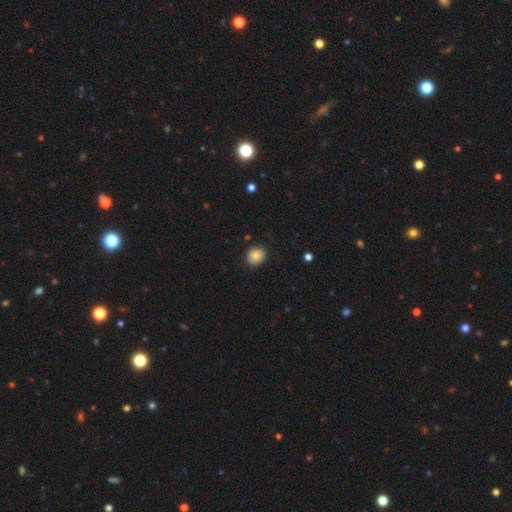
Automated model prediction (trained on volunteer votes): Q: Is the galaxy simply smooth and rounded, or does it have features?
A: smooth — 85%.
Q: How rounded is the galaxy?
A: round — 64%.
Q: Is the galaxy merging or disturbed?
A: none — 84%.